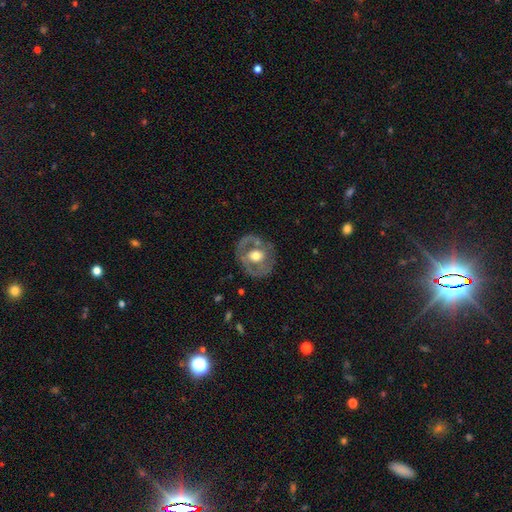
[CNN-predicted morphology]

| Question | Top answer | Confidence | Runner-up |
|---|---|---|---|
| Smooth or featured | featured or disk | 62% | smooth (32%) |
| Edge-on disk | no | 96% | yes (4%) |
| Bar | no | 72% | weak (21%) |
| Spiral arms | no | 65% | yes (35%) |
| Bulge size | moderate | 68% | large (22%) |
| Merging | none | 72% | minor disturbance (17%) |